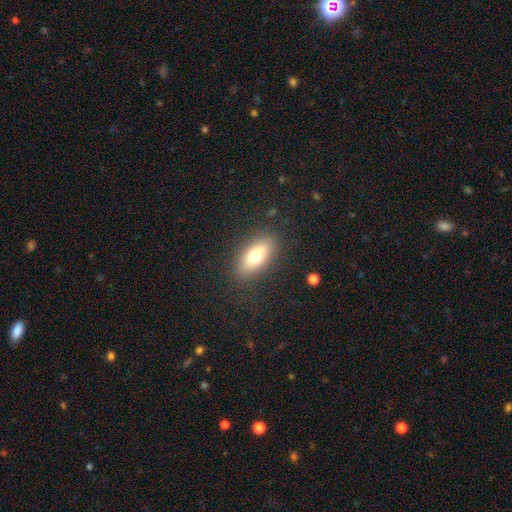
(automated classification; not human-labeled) Smooth or featured: smooth — 73% (featured or disk — 19%)
How rounded: in between — 85% (cigar-shaped — 11%)
Merging: none — 85% (minor disturbance — 10%)